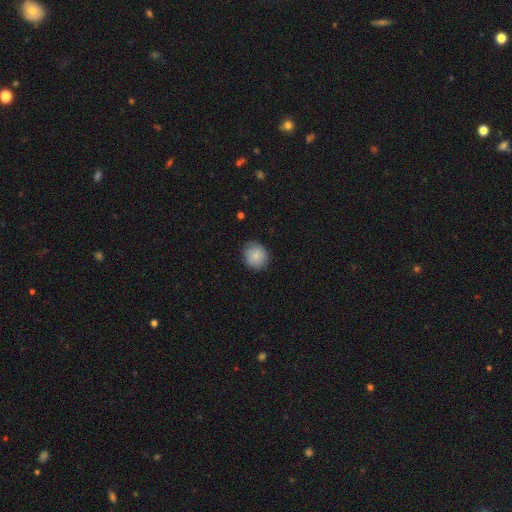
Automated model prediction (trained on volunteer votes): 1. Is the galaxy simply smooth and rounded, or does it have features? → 86% smooth, 7% star or artifact, 7% featured or disk.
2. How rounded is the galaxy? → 86% round, 14% in between, 1% cigar-shaped.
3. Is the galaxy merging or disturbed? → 83% none, 13% minor disturbance, 3% major disturbance, 1% merger.